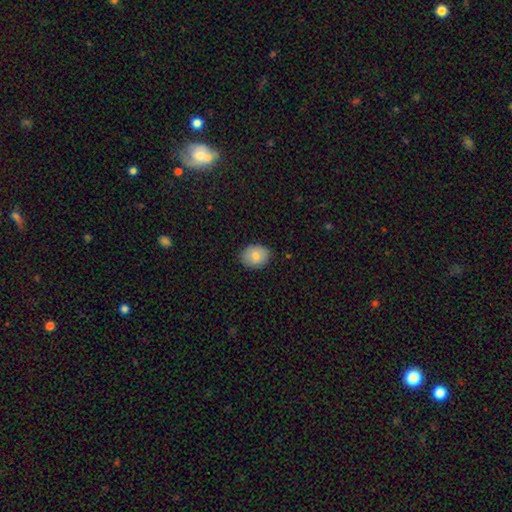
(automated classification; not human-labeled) smooth_or_featured: smooth (p=0.79) [alt: featured or disk p=0.13]
how_rounded: in between (p=0.53) [alt: round p=0.46]
merging: none (p=0.83) [alt: minor disturbance p=0.13]